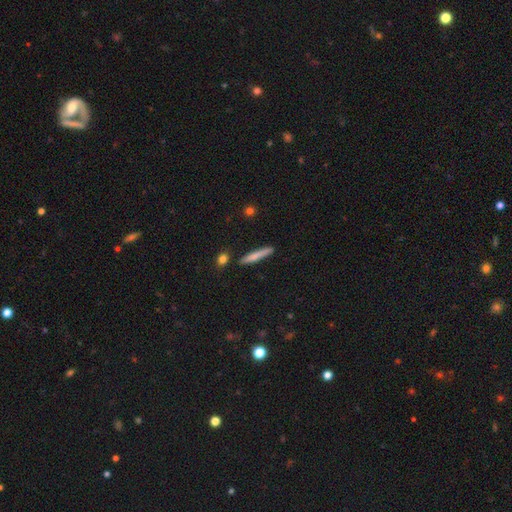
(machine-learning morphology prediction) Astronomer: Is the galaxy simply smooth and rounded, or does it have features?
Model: smooth — 72%.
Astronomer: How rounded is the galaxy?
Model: cigar-shaped — 94%.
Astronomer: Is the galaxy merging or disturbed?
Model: none — 85%.